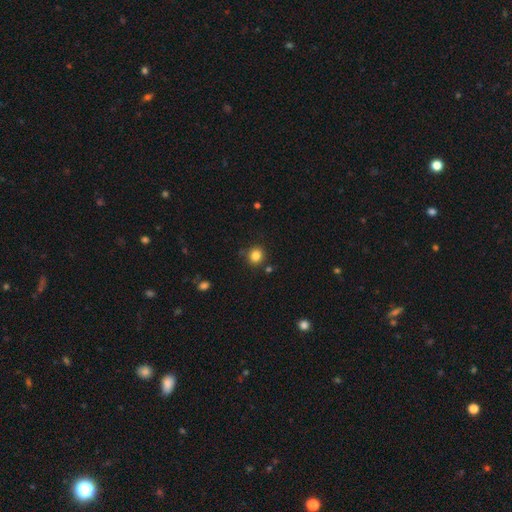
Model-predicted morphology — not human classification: The model was most divided on "smooth or featured": smooth: 83%, star or artifact: 12%, featured or disk: 5%. More confident: how rounded — round (89%); merging — none (85%).